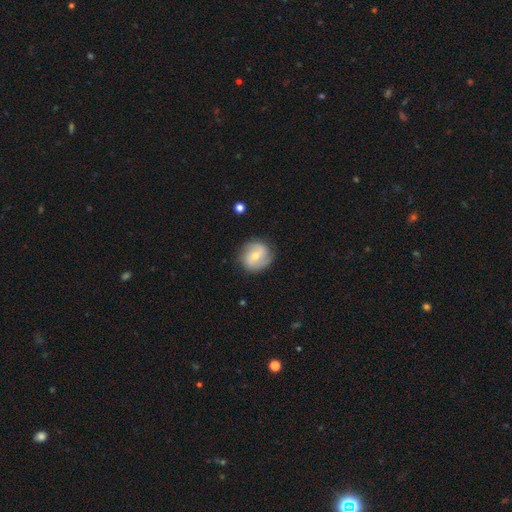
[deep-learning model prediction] Smooth or featured: featured or disk — 60% (smooth — 33%)
Edge-on disk: no — 97% (yes — 3%)
Bar: weak — 45% (no — 38%)
Spiral arms: yes — 85% (no — 15%)
Bulge size: moderate — 49% (small — 47%)
Merging: none — 81% (minor disturbance — 14%)